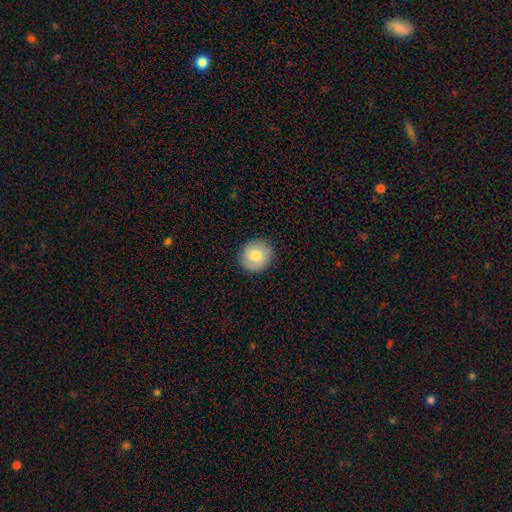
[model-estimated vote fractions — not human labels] A smooth galaxy with no disk features (80%) that is round (87%). Merging: none (89%).